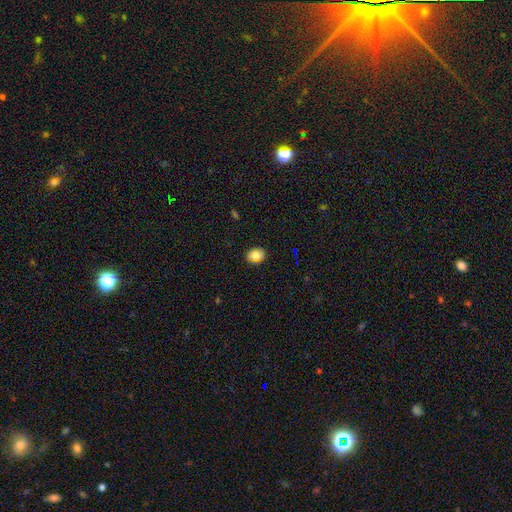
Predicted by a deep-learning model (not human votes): Q: Smooth or featured?
A: smooth (80%); runner-up: star or artifact (11%)
Q: How rounded?
A: round (51%); runner-up: in between (48%)
Q: Merging?
A: none (87%); runner-up: minor disturbance (10%)